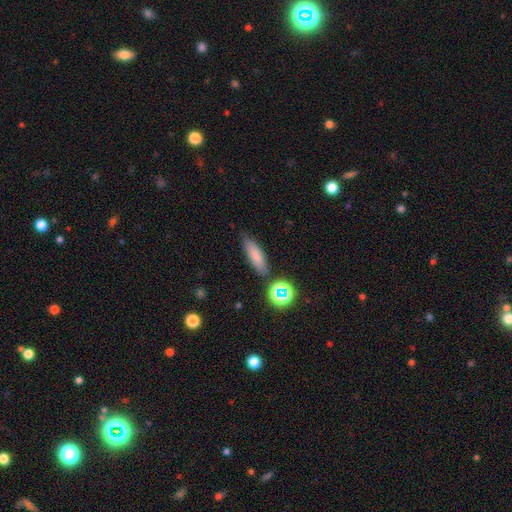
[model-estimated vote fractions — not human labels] Overall: smooth (77%). How rounded: cigar-shaped (49%; in between 47%). Merging: none (78%).